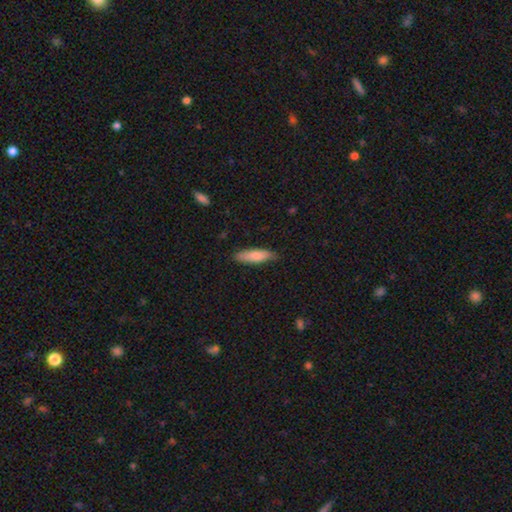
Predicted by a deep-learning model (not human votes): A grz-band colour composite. It shows a smooth galaxy with no disk features (80%) that is cigar-shaped (59%). Merging: none (81%).